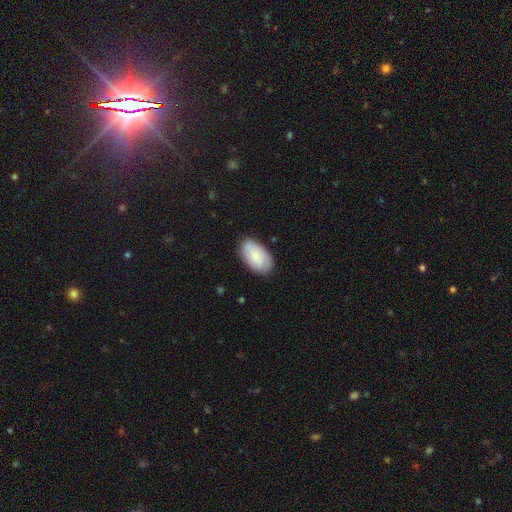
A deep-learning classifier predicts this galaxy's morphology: type=smooth (75%); roundness=in between (94%); merging=none (84%).